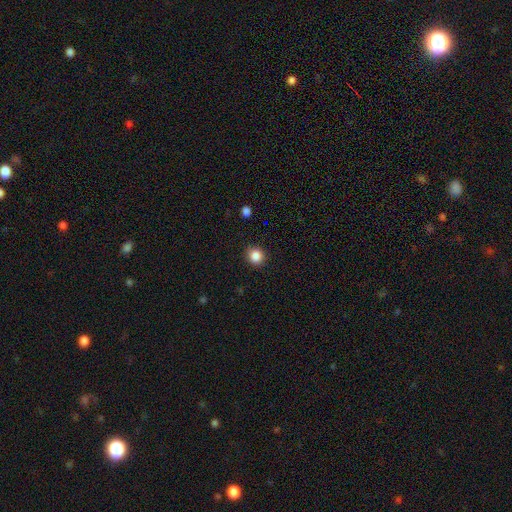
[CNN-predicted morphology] smooth 86%, star or artifact 11%, featured or disk 3%. Down the decision tree: how rounded — round (89%); merging — none (89%).